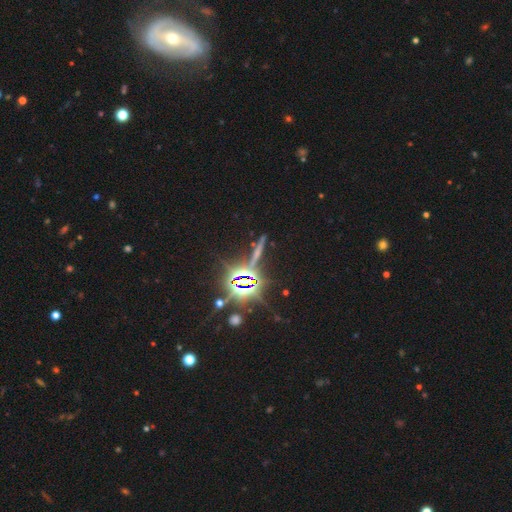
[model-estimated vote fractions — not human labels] smooth-or-featured: star or artifact: 71% | featured or disk: 17% | smooth: 12%